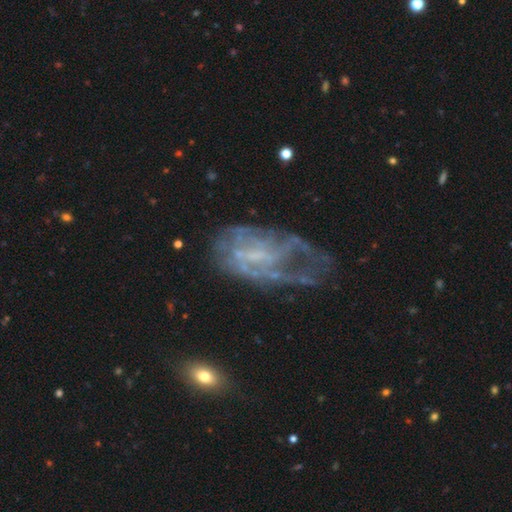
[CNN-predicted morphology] Smooth or featured: featured or disk — 73% (smooth — 15%)
Edge-on disk: no — 96% (yes — 4%)
Bar: no — 55% (weak — 34%)
Spiral arms: yes — 56% (no — 44%)
Bulge size: none — 52% (small — 31%)
Merging: major disturbance — 42% (none — 31%)